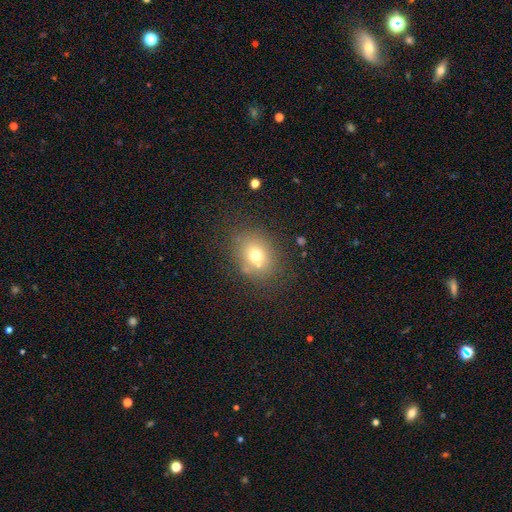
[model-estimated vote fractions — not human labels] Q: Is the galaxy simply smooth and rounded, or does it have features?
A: smooth — 70%.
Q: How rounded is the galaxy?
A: round — 56%.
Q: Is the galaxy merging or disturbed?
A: none — 73%.